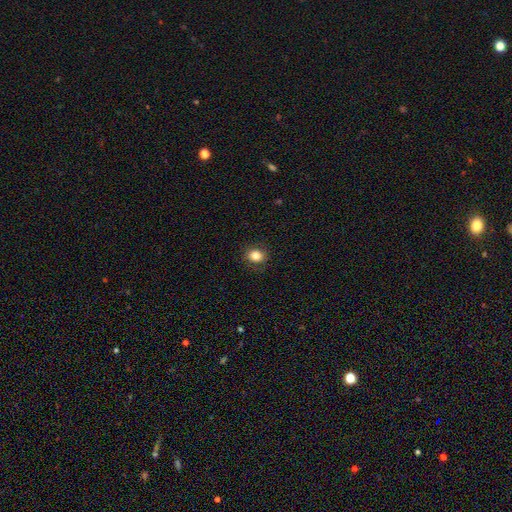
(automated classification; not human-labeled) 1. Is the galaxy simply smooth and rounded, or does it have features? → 83% smooth, 11% star or artifact, 6% featured or disk.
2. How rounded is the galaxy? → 64% round, 35% in between, 1% cigar-shaped.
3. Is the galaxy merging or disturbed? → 88% none, 9% minor disturbance, 2% major disturbance, 1% merger.